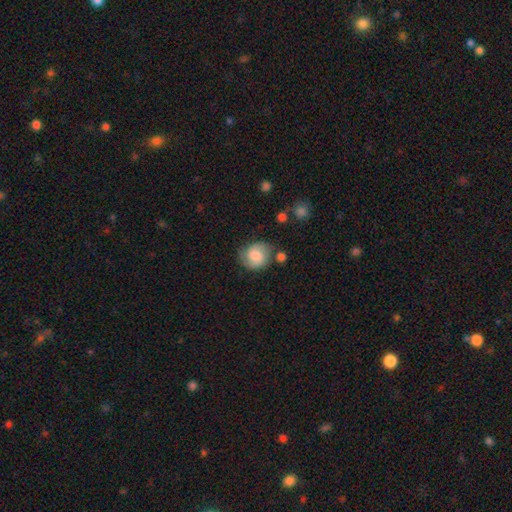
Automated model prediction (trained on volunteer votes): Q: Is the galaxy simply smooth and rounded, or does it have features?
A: smooth — 47%.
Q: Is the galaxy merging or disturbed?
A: none — 65%.